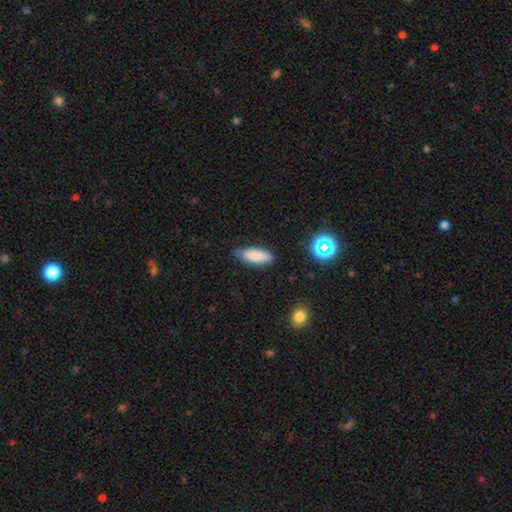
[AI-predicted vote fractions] A smooth galaxy with no disk features (84%) that is in between round and cigar-shaped (66%). Merging: none (77%).